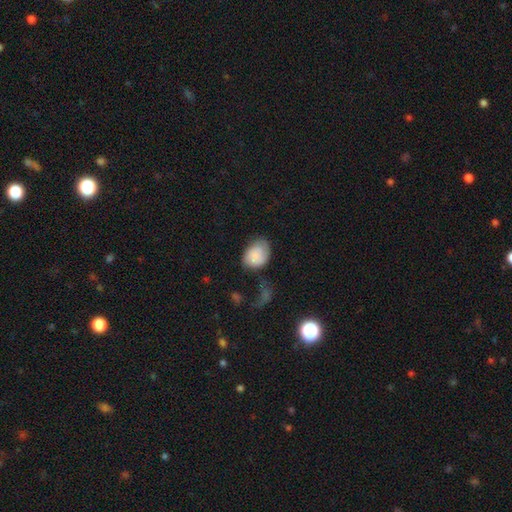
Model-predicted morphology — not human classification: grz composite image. It shows a smooth galaxy with no disk features (77%) that is in between round and cigar-shaped (68%). Merging: none (48%).